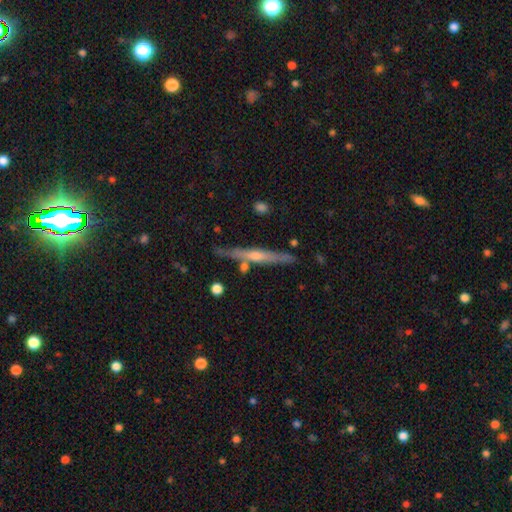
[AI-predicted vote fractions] Morphology: type=featured or disk (66%); edge-on=yes (96%); edge-on bulge=rounded (71%); merging=none (80%).